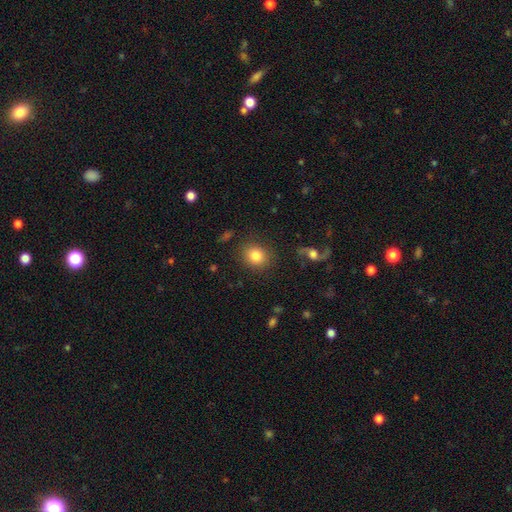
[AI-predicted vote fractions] Morphology: type=smooth (82%); roundness=round (71%); merging=none (83%).